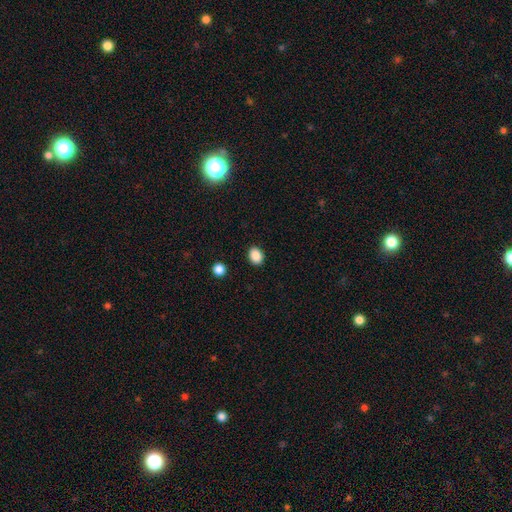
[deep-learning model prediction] Smooth or featured? Predicted: smooth (p=0.88). How rounded? Predicted: in between (p=0.58). Merging? Predicted: none (p=0.90).